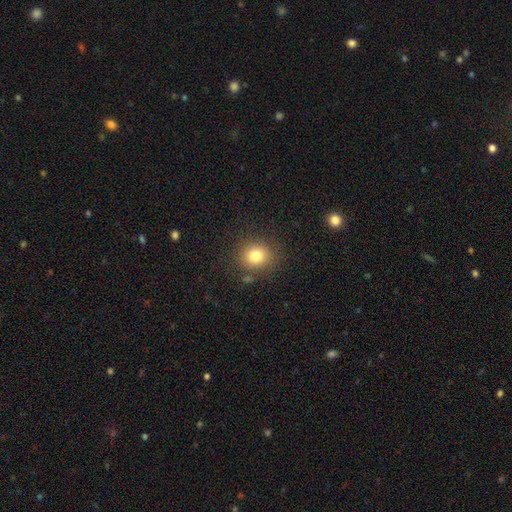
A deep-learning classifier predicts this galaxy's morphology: smooth_or_featured: smooth (p=0.80) [alt: star or artifact p=0.12]
how_rounded: round (p=0.80) [alt: in between p=0.19]
merging: none (p=0.84) [alt: minor disturbance p=0.10]